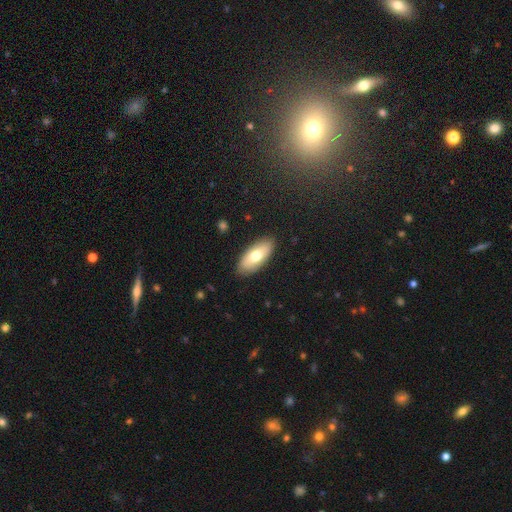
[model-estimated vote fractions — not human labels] The model was most divided on "smooth or featured": smooth: 70%, featured or disk: 24%, star or artifact: 6%. More confident: merging — none (87%); how rounded — in between (85%).